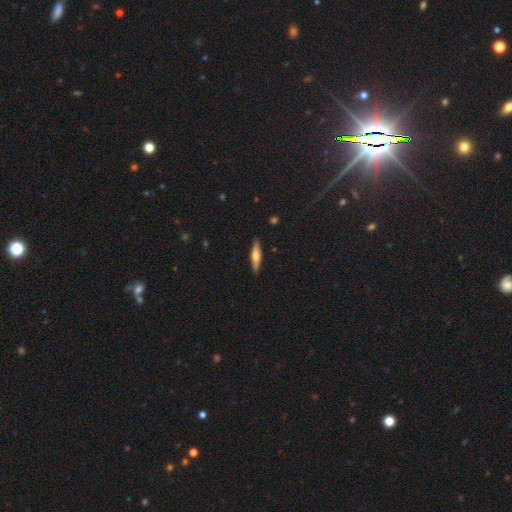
Smooth or featured? smooth (64%)
How rounded? cigar-shaped (88%)
Merging? none (95%)